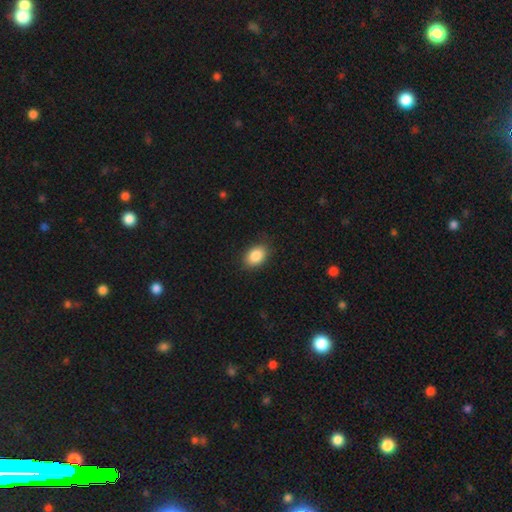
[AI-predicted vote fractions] A smooth galaxy with no disk features (87%) that is in between round and cigar-shaped (82%). Merging: none (85%).